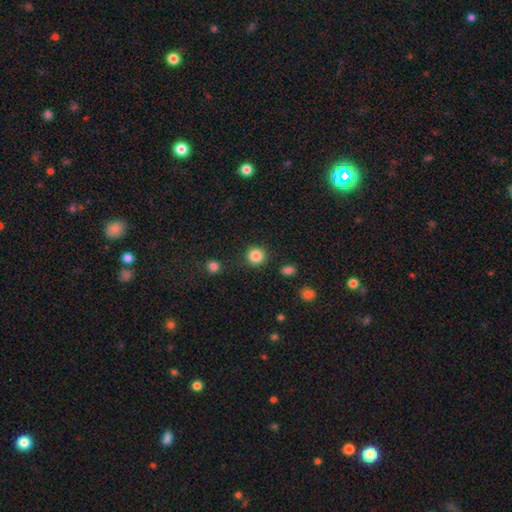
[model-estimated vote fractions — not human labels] Smooth or featured? Predicted: smooth (p=0.85). How rounded? Predicted: round (p=0.93). Merging? Predicted: none (p=0.88).